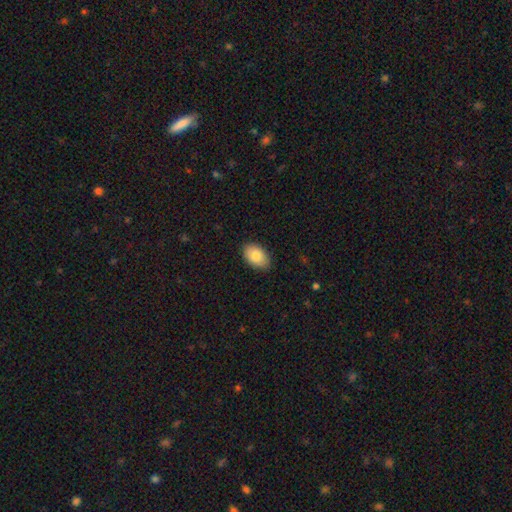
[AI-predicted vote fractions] Morphology: type=smooth (84%); roundness=in between (91%); merging=none (85%).